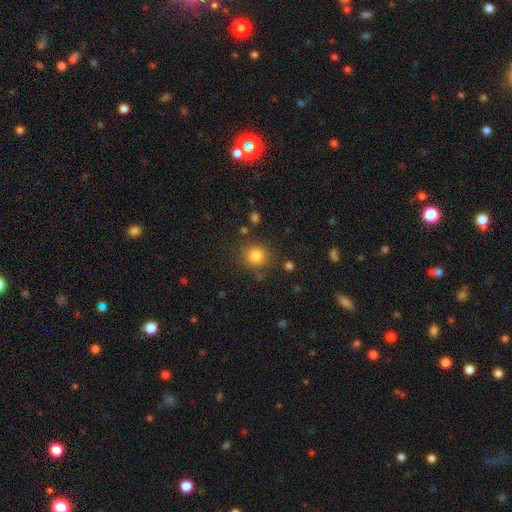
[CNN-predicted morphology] Smooth or featured?
  - smooth: 82% *
  - star or artifact: 12%
  - featured or disk: 6%
How rounded?
  - round: 86% *
  - in between: 13%
  - cigar-shaped: 1%
Merging?
  - none: 81% *
  - minor disturbance: 11%
  - major disturbance: 4%
  - merger: 4%